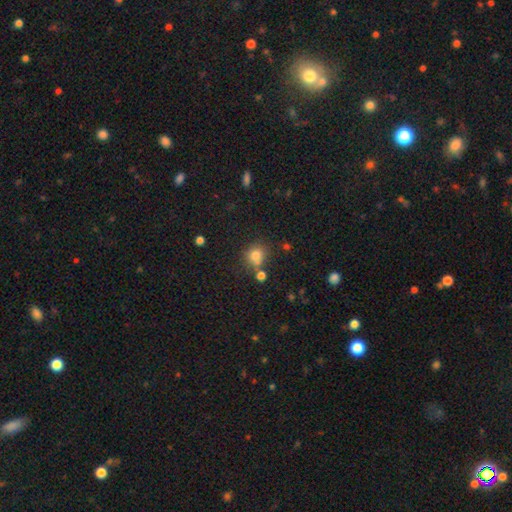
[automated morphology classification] Smooth or featured? Predicted: smooth (p=0.78). How rounded? Predicted: round (p=0.81). Merging? Predicted: none (p=0.63).